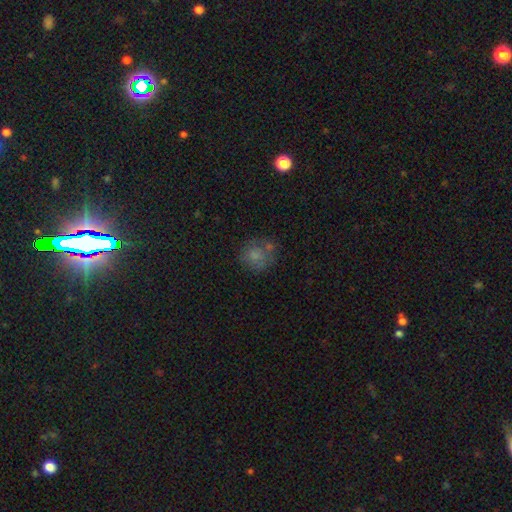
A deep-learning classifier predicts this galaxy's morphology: Smooth or featured?
  - smooth: 67% *
  - featured or disk: 19%
  - star or artifact: 14%
How rounded?
  - round: 82% *
  - in between: 17%
  - cigar-shaped: 1%
Merging?
  - none: 56% *
  - minor disturbance: 20%
  - merger: 13%
  - major disturbance: 11%